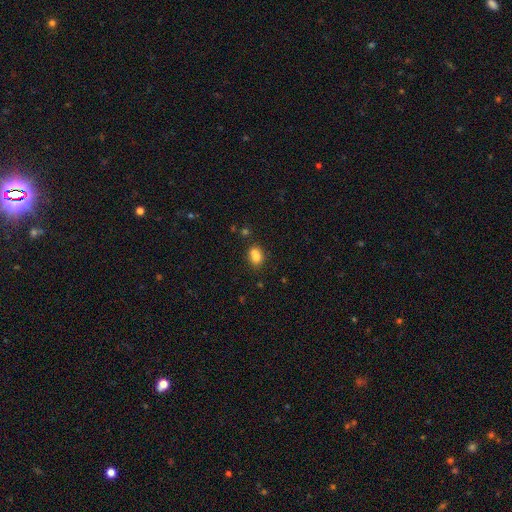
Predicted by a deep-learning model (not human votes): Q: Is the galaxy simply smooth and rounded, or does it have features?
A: smooth — 79%.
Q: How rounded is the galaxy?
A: in between — 66%.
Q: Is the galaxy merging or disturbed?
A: none — 52%.